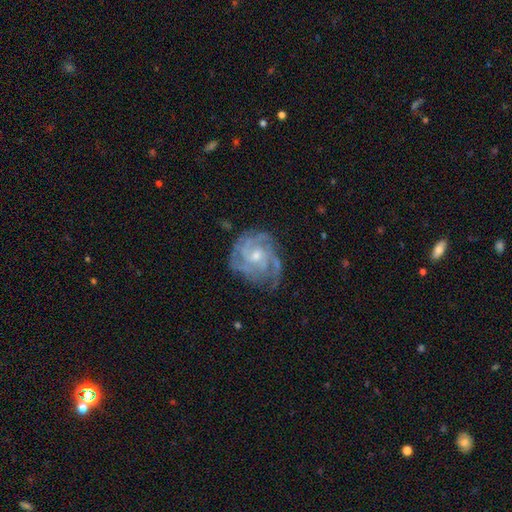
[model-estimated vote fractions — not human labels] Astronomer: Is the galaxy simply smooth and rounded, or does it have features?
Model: featured or disk — 87%.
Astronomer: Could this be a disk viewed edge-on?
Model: no — 98%.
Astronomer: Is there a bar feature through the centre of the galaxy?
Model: no — 64%.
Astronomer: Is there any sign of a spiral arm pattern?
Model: yes — 97%.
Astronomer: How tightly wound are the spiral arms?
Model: tight — 64%.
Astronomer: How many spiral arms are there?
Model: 3 — 32% (runner-up: 4, 24%).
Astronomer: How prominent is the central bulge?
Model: small — 49% (runner-up: moderate, 47%).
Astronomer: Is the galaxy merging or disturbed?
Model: none — 72%.